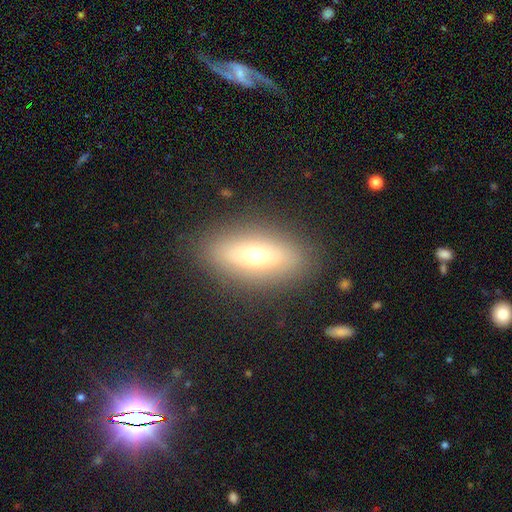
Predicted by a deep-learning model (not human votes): Morphology: type=smooth (58%); roundness=in between (78%); merging=none (85%).